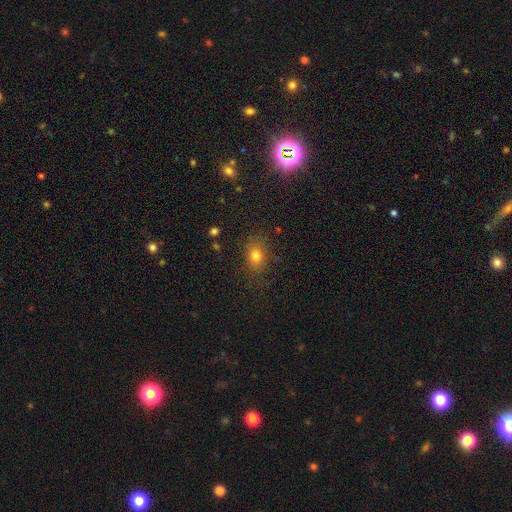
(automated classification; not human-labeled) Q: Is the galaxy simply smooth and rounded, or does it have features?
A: smooth — 77%.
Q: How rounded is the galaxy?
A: in between — 65%.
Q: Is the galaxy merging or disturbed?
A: none — 81%.